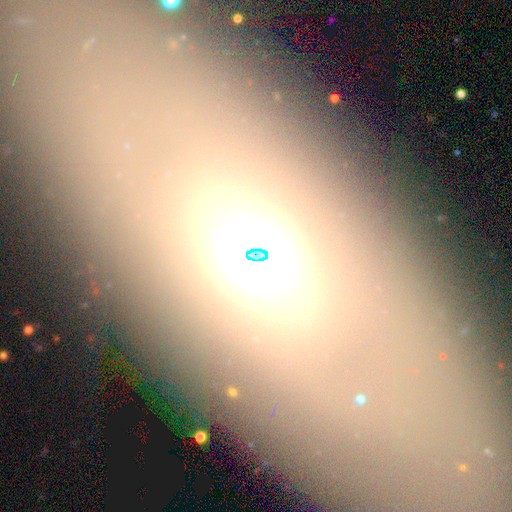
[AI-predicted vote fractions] Smooth or featured: smooth — 42% (star or artifact — 31%)
Merging: none — 80% (minor disturbance — 9%)